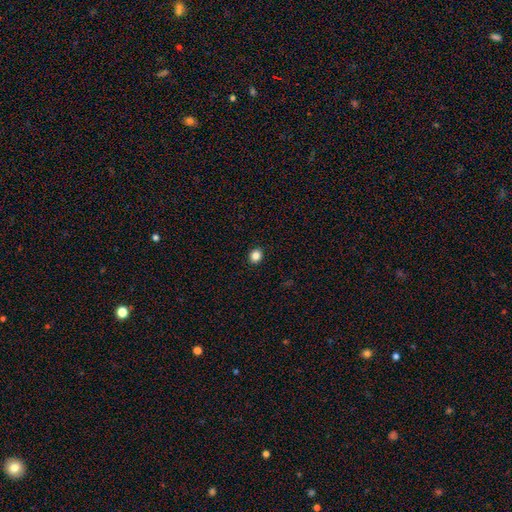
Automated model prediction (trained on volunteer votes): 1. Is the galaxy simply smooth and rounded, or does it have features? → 84% smooth, 12% star or artifact, 5% featured or disk.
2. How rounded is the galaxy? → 73% round, 26% in between, 1% cigar-shaped.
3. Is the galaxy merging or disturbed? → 93% none, 5% minor disturbance, 1% major disturbance, 1% merger.